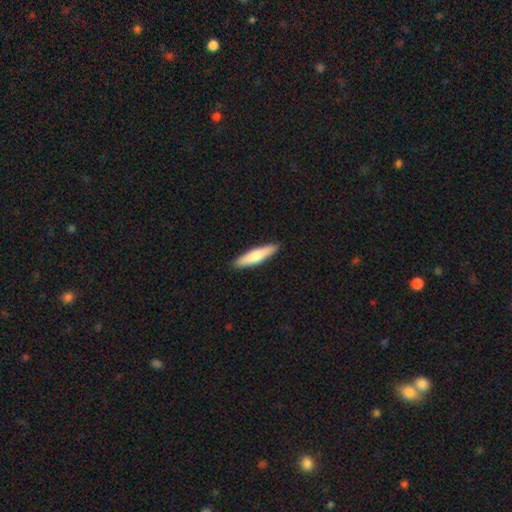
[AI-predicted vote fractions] smooth_or_featured: smooth (p=0.69) [alt: featured or disk p=0.26]
how_rounded: cigar-shaped (p=0.85) [alt: in between p=0.14]
merging: none (p=0.91) [alt: minor disturbance p=0.06]